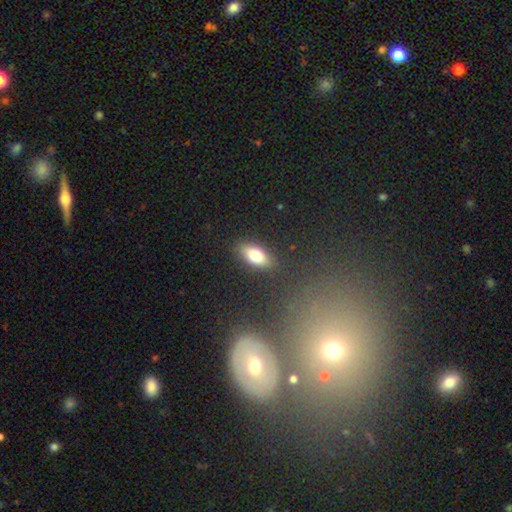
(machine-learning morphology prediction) A smooth galaxy with no disk features (77%) that is in between round and cigar-shaped (84%).

Vote fractions:
- Smooth or featured? smooth: 77% / featured or disk: 15% / star or artifact: 8%
- How rounded? in between: 84% / cigar-shaped: 11% / round: 4%
- Merging? none: 87% / minor disturbance: 9% / major disturbance: 2% / merger: 1%